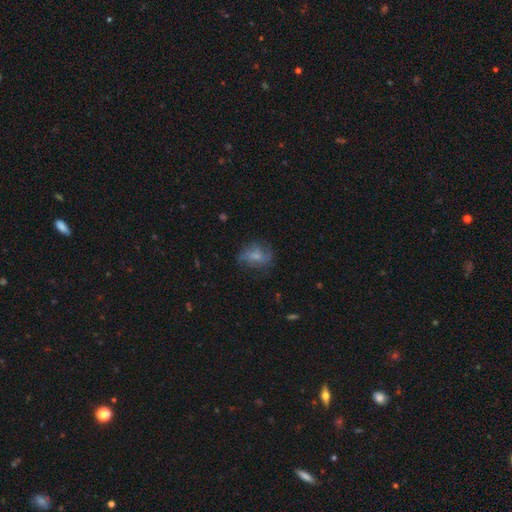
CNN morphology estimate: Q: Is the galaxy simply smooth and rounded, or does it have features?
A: featured or disk — 46%.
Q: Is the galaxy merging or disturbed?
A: none — 55%.